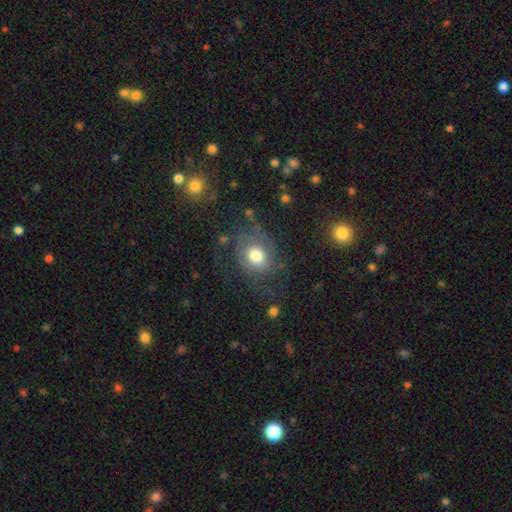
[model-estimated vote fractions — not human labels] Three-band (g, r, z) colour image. It shows a featured or disk galaxy (46%). Merging: none (58%).